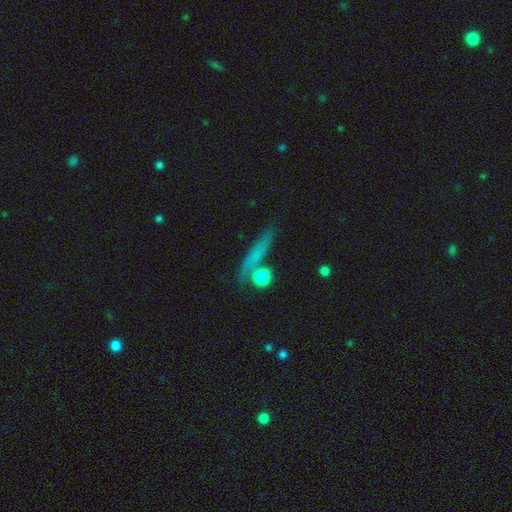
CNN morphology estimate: smooth_or_featured: smooth (p=0.59) [alt: featured or disk p=0.27]
how_rounded: cigar-shaped (p=0.61) [alt: round p=0.25]
merging: none (p=0.70) [alt: minor disturbance p=0.13]